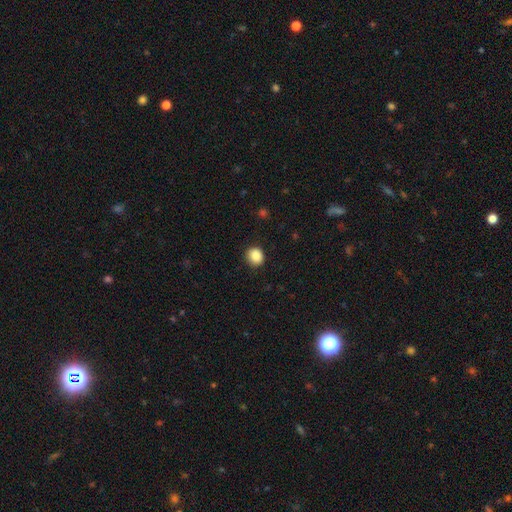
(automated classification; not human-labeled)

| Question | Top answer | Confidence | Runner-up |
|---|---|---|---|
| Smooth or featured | smooth | 86% | star or artifact (9%) |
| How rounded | round | 81% | in between (18%) |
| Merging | none | 88% | minor disturbance (9%) |